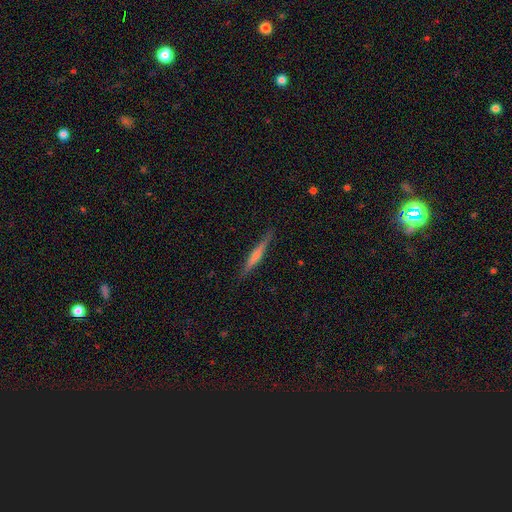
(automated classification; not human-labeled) Overall: featured or disk (63%; smooth 27%). Edge-on disk: yes (96%). Edge-on bulge: rounded (66%). Merging: none (89%).